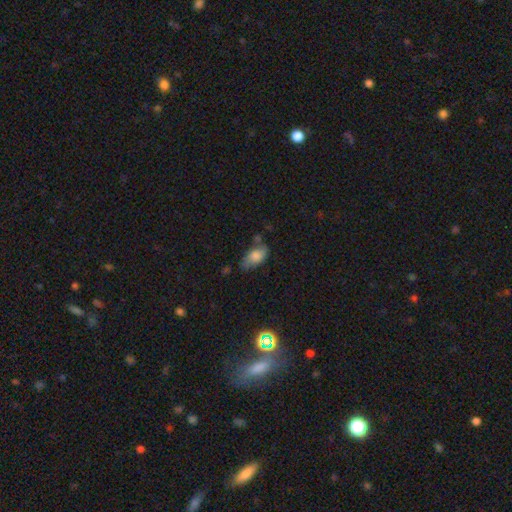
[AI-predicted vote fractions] A smooth galaxy with no disk features (74%) that is in between round and cigar-shaped (90%).

Vote fractions:
- Smooth or featured? smooth: 74% / featured or disk: 18% / star or artifact: 8%
- How rounded? in between: 90% / round: 5% / cigar-shaped: 5%
- Merging? none: 49% / minor disturbance: 32% / major disturbance: 11% / merger: 8%